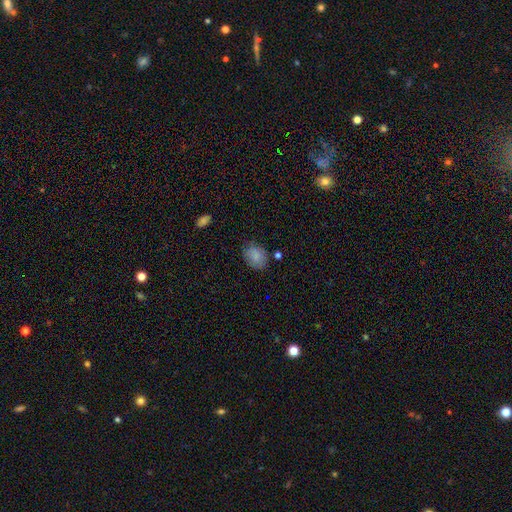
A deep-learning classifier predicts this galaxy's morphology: A smooth galaxy with no disk features (83%) that is in between round and cigar-shaped (60%). Merging: none (73%).